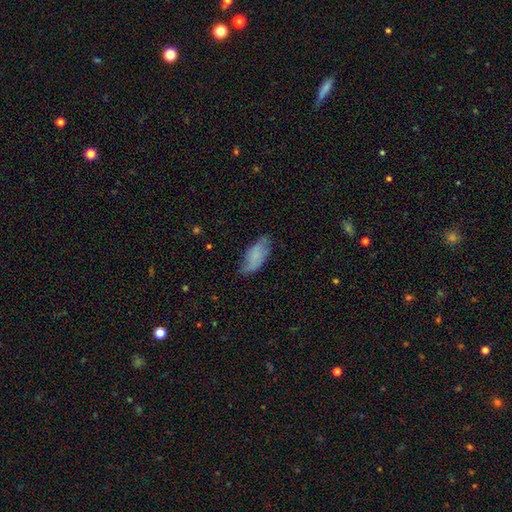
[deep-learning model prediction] This appears to be a smooth galaxy with no disk features (72%) that is in between round and cigar-shaped (85%). Merging: none (63%).